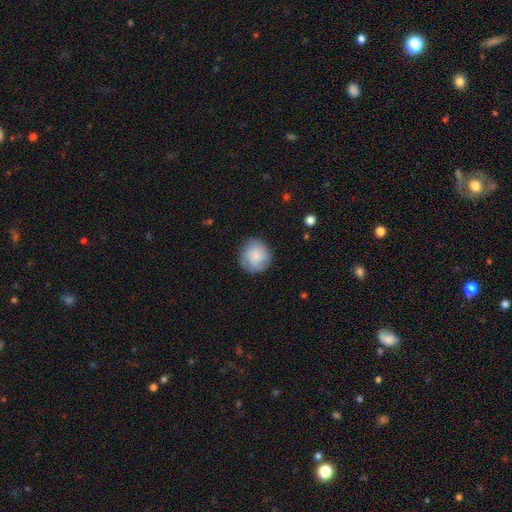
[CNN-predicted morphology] smooth 62%, featured or disk 30%, star or artifact 8%. Down the decision tree: how rounded — round (89%); merging — none (79%).